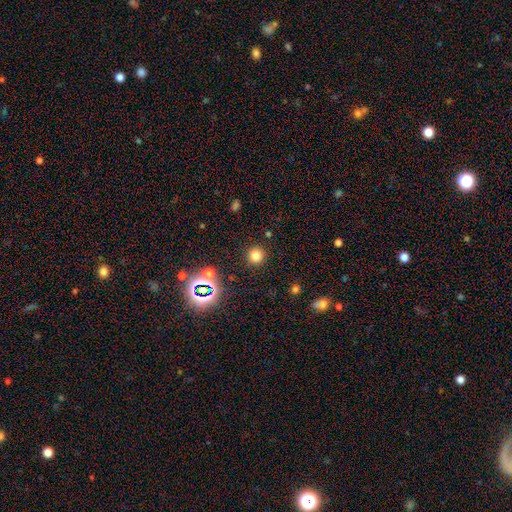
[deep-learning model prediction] Smooth or featured?
  - smooth: 75% *
  - star or artifact: 20%
  - featured or disk: 6%
How rounded?
  - round: 95% *
  - in between: 4%
  - cigar-shaped: 1%
Merging?
  - none: 89% *
  - minor disturbance: 6%
  - major disturbance: 3%
  - merger: 2%